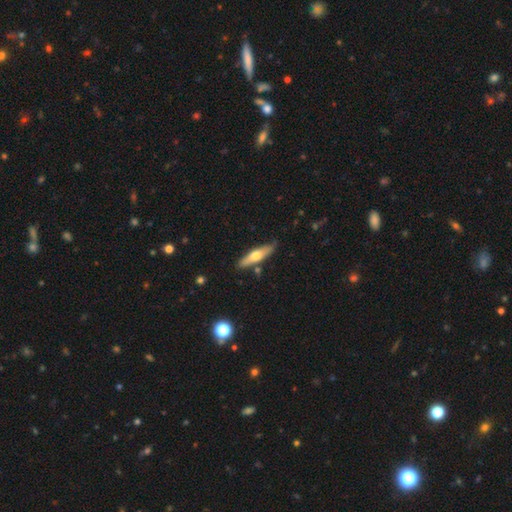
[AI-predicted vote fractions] smooth-or-featured: smooth: 51% | featured or disk: 44% | star or artifact: 5%
  how-rounded: cigar-shaped: 73% | in between: 25% | round: 2%
  merging: none: 81% | minor disturbance: 13% | merger: 4% | major disturbance: 2%